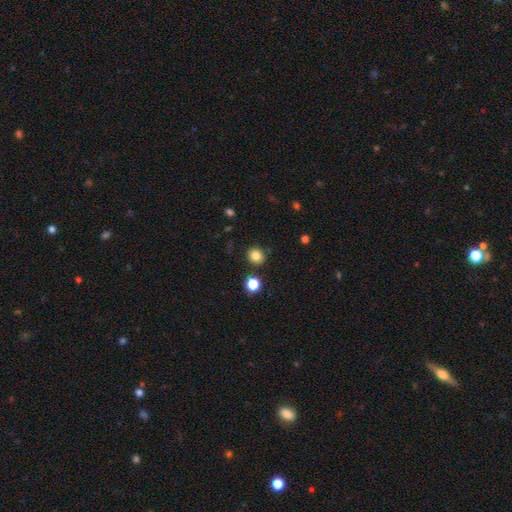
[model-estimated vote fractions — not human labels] Overall: smooth (83%). How rounded: round (78%). Merging: none (86%).